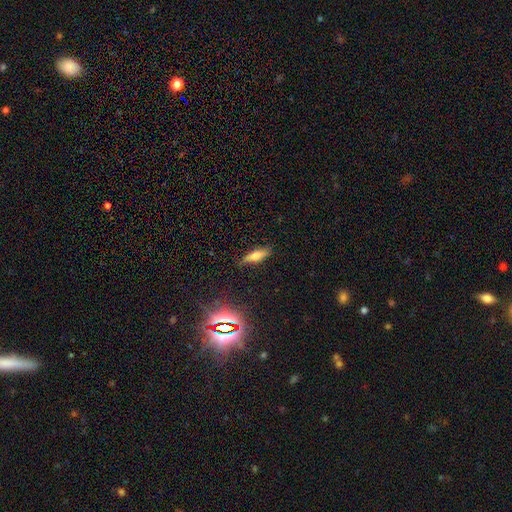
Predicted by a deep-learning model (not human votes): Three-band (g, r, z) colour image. It shows a smooth galaxy with no disk features (58%) that is cigar-shaped (55%). Merging: none (84%).